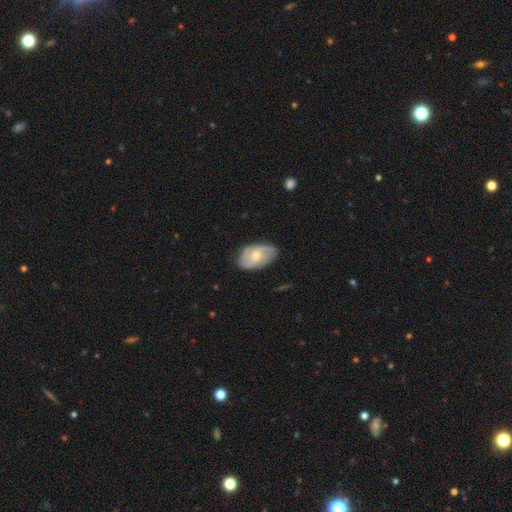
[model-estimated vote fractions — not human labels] Smooth or featured? Predicted: featured or disk (p=0.52). Edge-on disk? Predicted: no (p=0.94). Merging? Predicted: none (p=0.69).